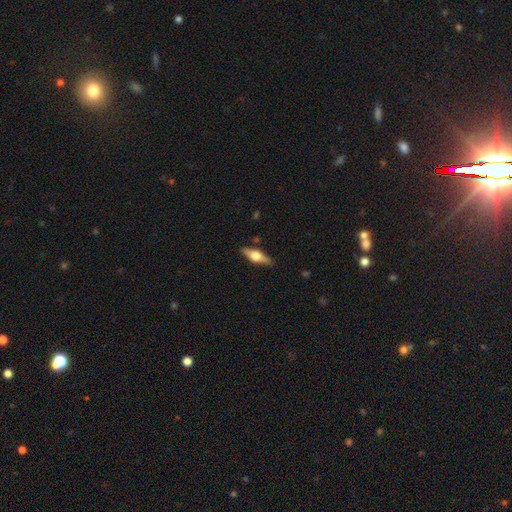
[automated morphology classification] Overall: featured or disk (61%; smooth 33%). Edge-on disk: yes (94%). Edge-on bulge: rounded (93%). Merging: none (87%).